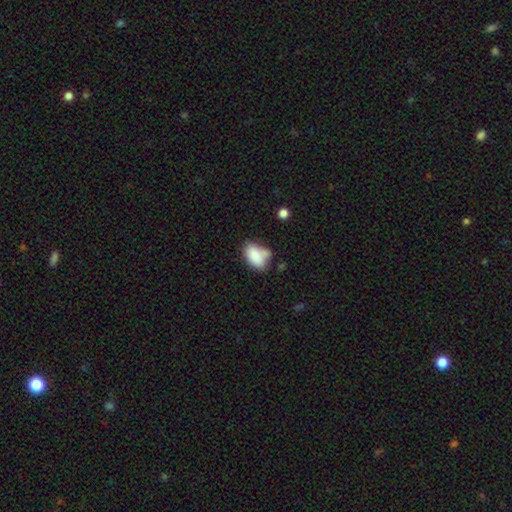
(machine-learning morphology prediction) smooth 82%, featured or disk 9%, star or artifact 8%. Down the decision tree: how rounded — in between (90%); merging — none (49%).